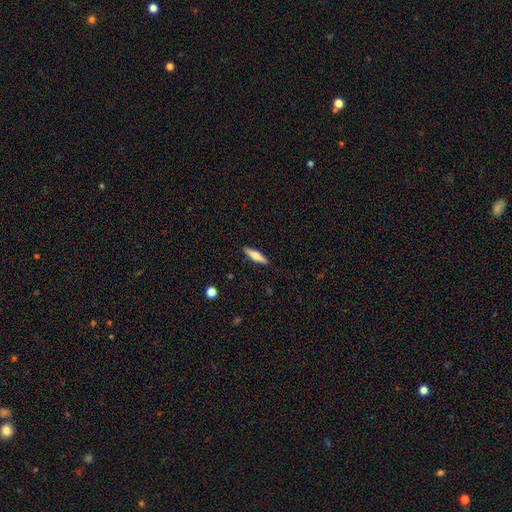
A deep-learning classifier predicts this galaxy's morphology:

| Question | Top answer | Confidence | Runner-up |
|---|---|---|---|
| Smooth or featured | smooth | 60% | featured or disk (34%) |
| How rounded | cigar-shaped | 75% | in between (23%) |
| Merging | none | 89% | minor disturbance (8%) |